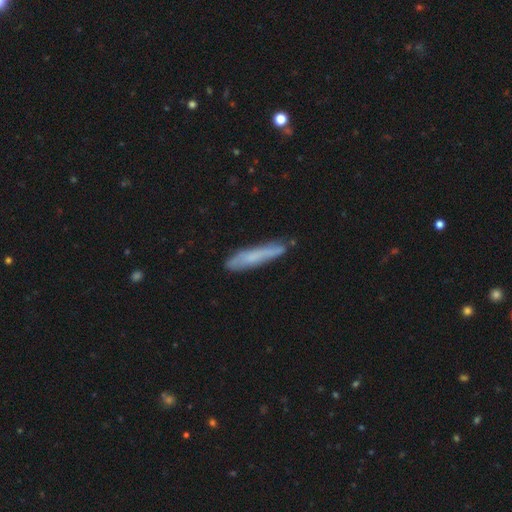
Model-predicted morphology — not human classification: Smooth or featured? Predicted: smooth (p=0.59). How rounded? Predicted: cigar-shaped (p=0.90). Merging? Predicted: none (p=0.77).